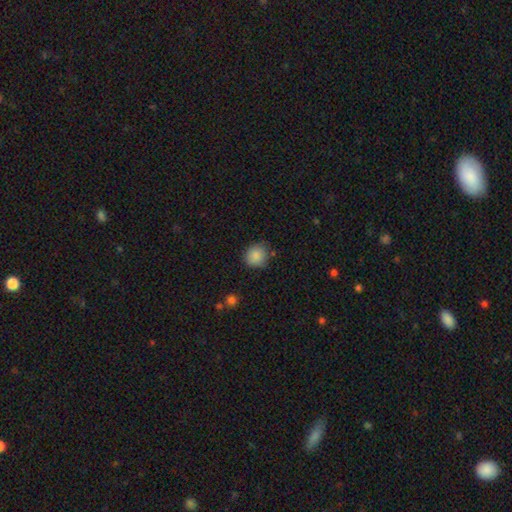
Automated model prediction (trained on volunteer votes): smooth 87%, star or artifact 9%, featured or disk 4%. Down the decision tree: how rounded — round (85%); merging — none (80%).